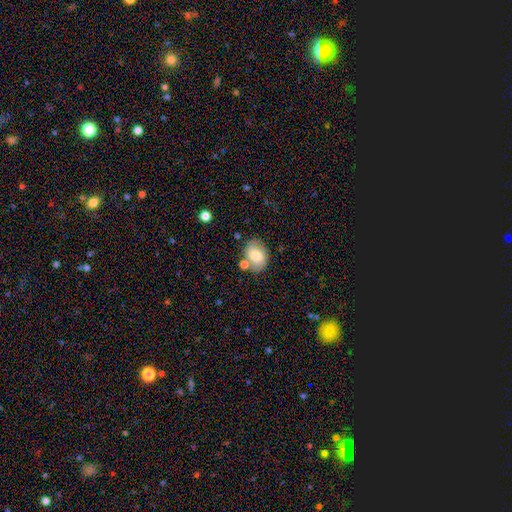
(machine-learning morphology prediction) The model was most divided on "how rounded": in between: 65%, round: 34%, cigar-shaped: 1%. More confident: smooth or featured — smooth (70%); merging — none (68%).